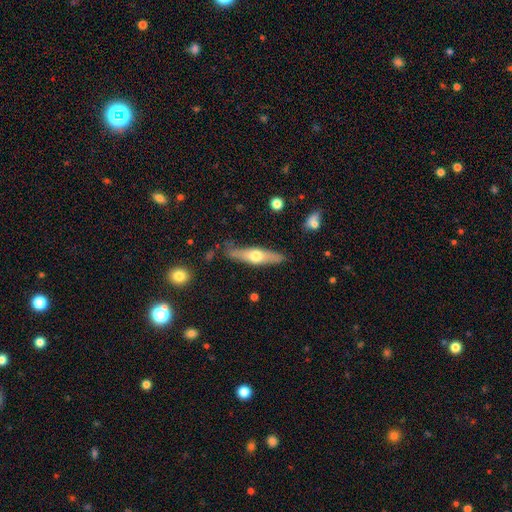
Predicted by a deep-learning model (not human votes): Smooth or featured? Predicted: featured or disk (p=0.52). Edge-on disk? Predicted: yes (p=0.88). Merging? Predicted: none (p=0.81).